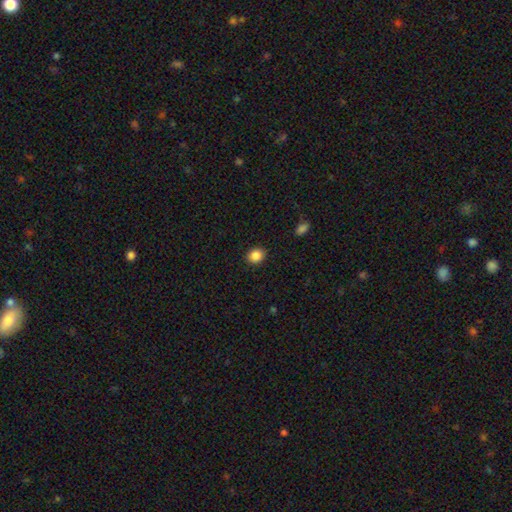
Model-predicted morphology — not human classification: Q: Smooth or featured?
A: smooth (87%); runner-up: star or artifact (9%)
Q: How rounded?
A: round (64%); runner-up: in between (35%)
Q: Merging?
A: none (90%); runner-up: minor disturbance (7%)